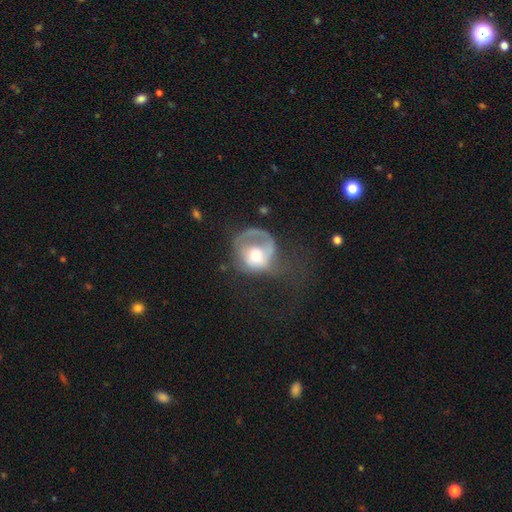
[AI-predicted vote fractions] featured or disk 47%, smooth 45%, star or artifact 8%. Down the decision tree: merging — major disturbance (52%).